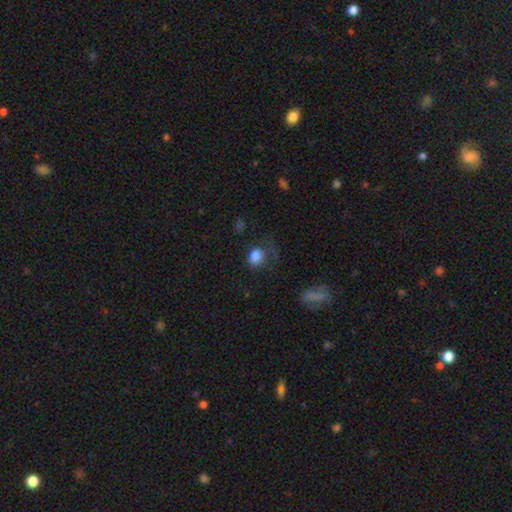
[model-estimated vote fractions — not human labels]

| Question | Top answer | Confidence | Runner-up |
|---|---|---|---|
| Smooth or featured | smooth | 82% | star or artifact (11%) |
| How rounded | round | 52% | in between (46%) |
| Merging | none | 46% | major disturbance (26%) |